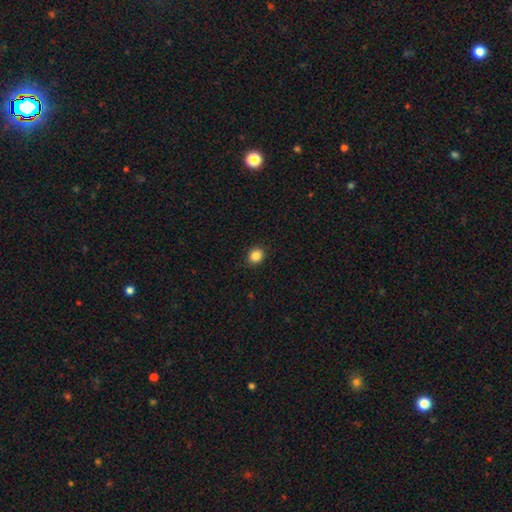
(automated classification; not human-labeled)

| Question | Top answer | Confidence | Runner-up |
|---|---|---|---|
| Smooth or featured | smooth | 86% | star or artifact (10%) |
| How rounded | round | 73% | in between (26%) |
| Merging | none | 91% | minor disturbance (6%) |